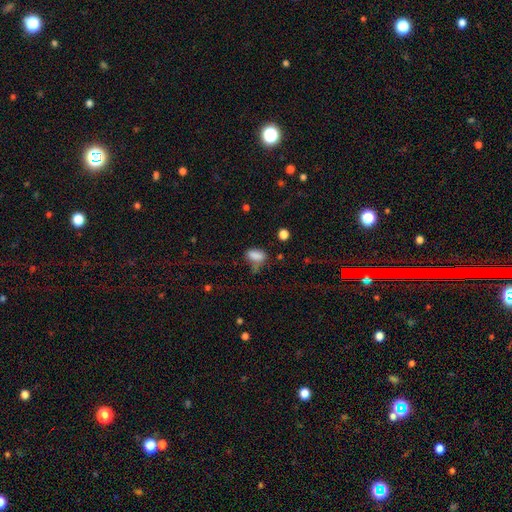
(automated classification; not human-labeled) Morphology: type=smooth (82%); roundness=in between (88%); merging=none (49%).